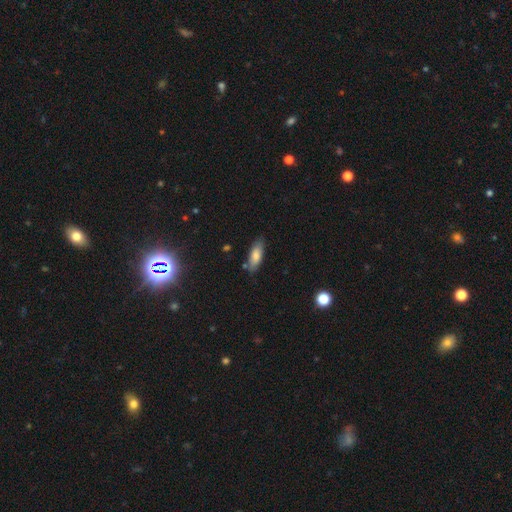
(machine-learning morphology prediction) Smooth or featured? Predicted: smooth (p=0.78). How rounded? Predicted: in between (p=0.67). Merging? Predicted: none (p=0.79).